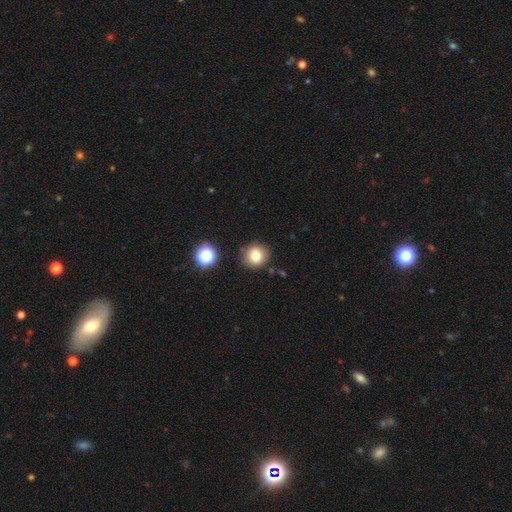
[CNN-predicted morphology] This appears to be a smooth galaxy with no disk features (77%) that is round (89%). Merging: none (87%).